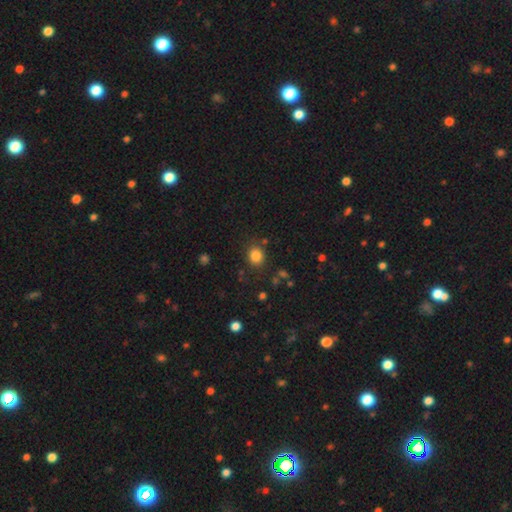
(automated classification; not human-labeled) The model was most divided on "how rounded": round: 74%, in between: 25%, cigar-shaped: 1%. More confident: merging — none (83%); smooth or featured — smooth (83%).